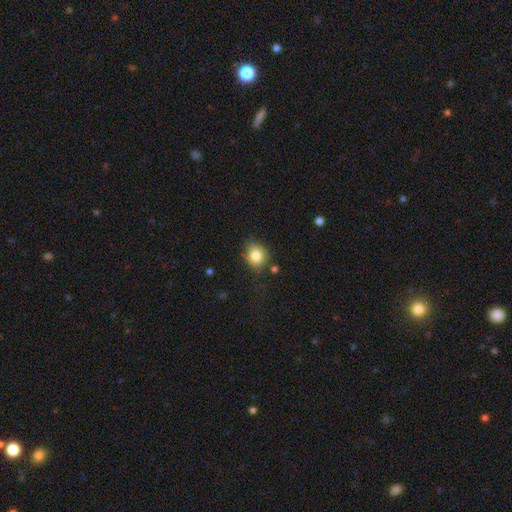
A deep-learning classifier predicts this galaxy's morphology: The model was most divided on "how rounded": round: 71%, in between: 28%, cigar-shaped: 1%. More confident: smooth or featured — smooth (82%); merging — none (74%).